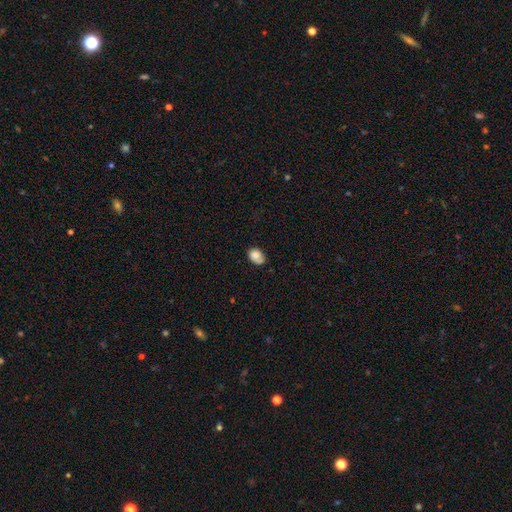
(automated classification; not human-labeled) This is likely a smooth galaxy (80%). How rounded: likely in between (72%). Merging: possibly none (57%).